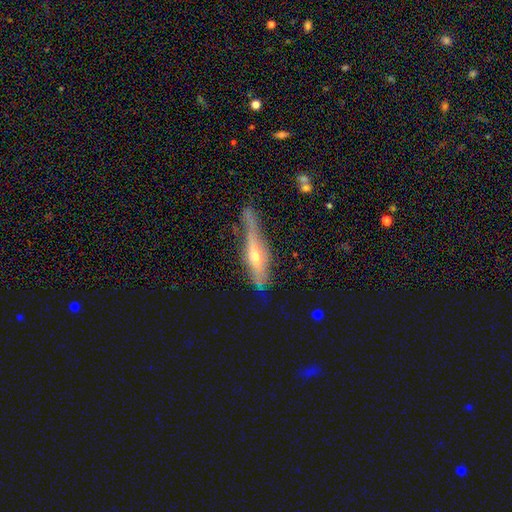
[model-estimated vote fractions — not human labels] Smooth or featured: featured or disk — 62% (smooth — 31%)
Edge-on disk: yes — 85% (no — 15%)
Edge-on bulge: rounded — 82% (none — 11%)
Merging: none — 52% (minor disturbance — 30%)